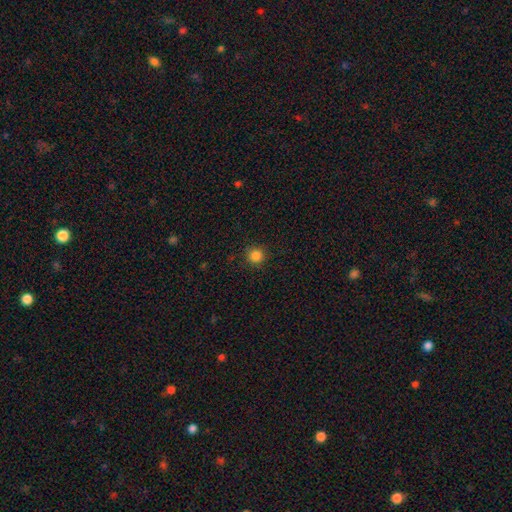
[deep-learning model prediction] Smooth or featured?
  - smooth: 85% *
  - star or artifact: 12%
  - featured or disk: 3%
How rounded?
  - round: 94% *
  - in between: 5%
  - cigar-shaped: 1%
Merging?
  - none: 91% *
  - minor disturbance: 6%
  - major disturbance: 2%
  - merger: 1%